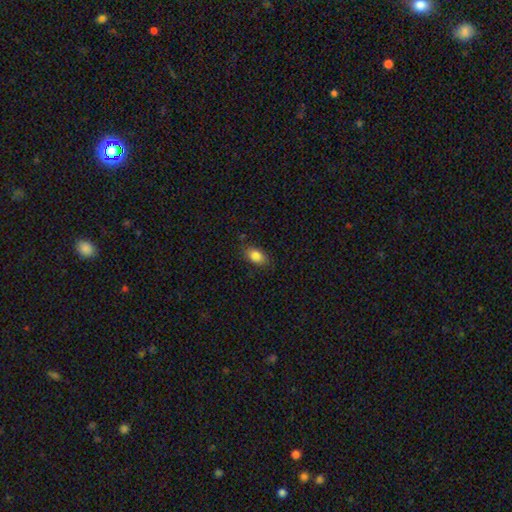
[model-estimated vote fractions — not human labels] Q: Smooth or featured?
A: smooth (85%); runner-up: star or artifact (8%)
Q: How rounded?
A: in between (88%); runner-up: round (10%)
Q: Merging?
A: none (81%); runner-up: minor disturbance (14%)